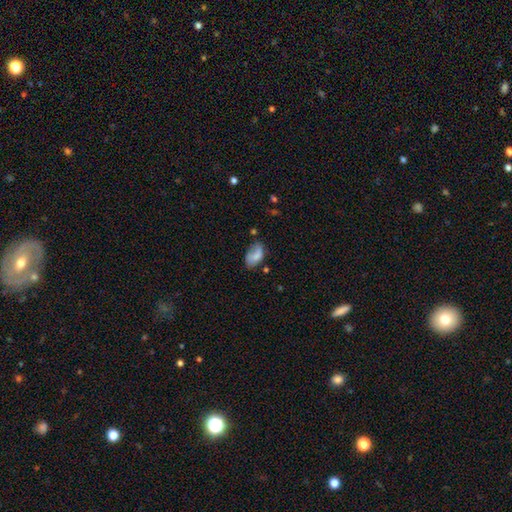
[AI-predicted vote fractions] smooth-or-featured: smooth: 73% | featured or disk: 18% | star or artifact: 9%
  how-rounded: in between: 91% | round: 7% | cigar-shaped: 2%
  merging: none: 48% | minor disturbance: 32% | major disturbance: 13% | merger: 6%